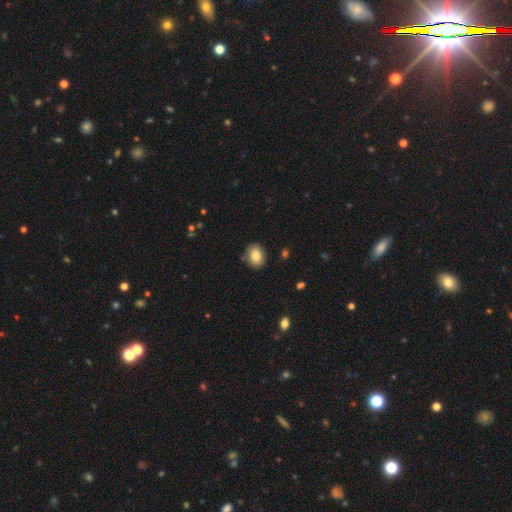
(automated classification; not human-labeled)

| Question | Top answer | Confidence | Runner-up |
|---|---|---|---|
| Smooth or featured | smooth | 83% | featured or disk (9%) |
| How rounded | in between | 67% | round (32%) |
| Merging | none | 84% | minor disturbance (11%) |